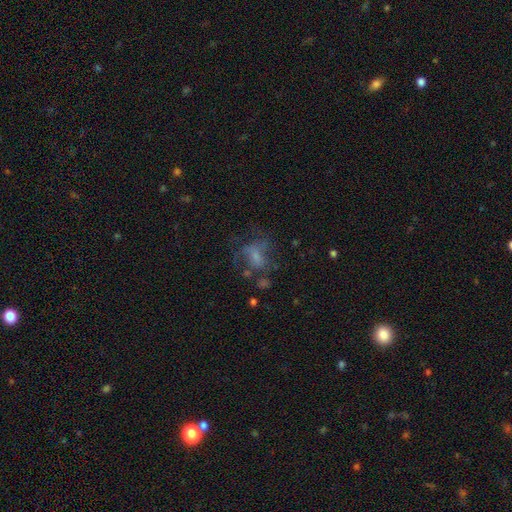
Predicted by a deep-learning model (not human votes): Smooth or featured? featured or disk (47%)
Merging? none (46%)